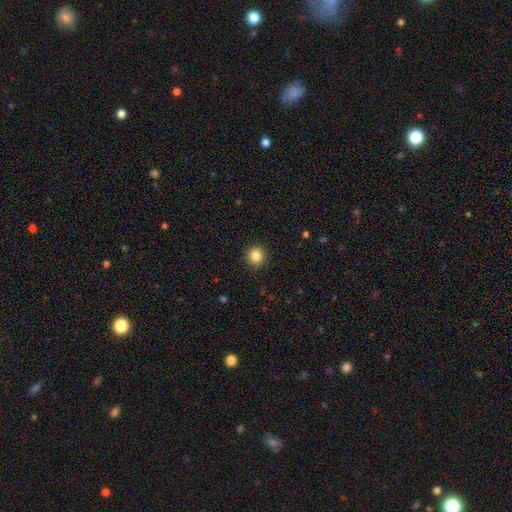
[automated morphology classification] This appears to be a smooth galaxy with no disk features (84%) that is round (94%). Merging: none (92%).